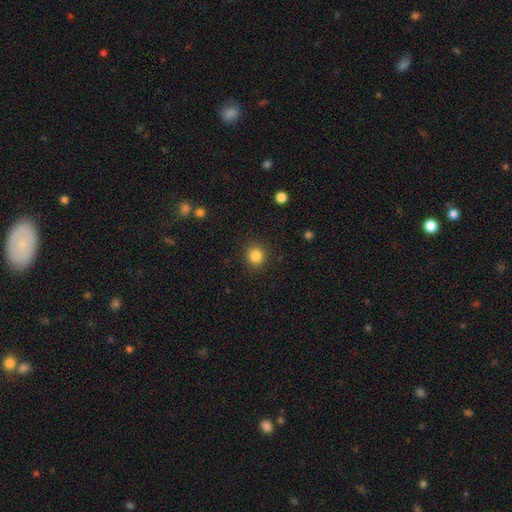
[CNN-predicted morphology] smooth_or_featured: smooth (p=0.85) [alt: star or artifact p=0.11]
how_rounded: round (p=0.92) [alt: in between p=0.07]
merging: none (p=0.90) [alt: minor disturbance p=0.06]